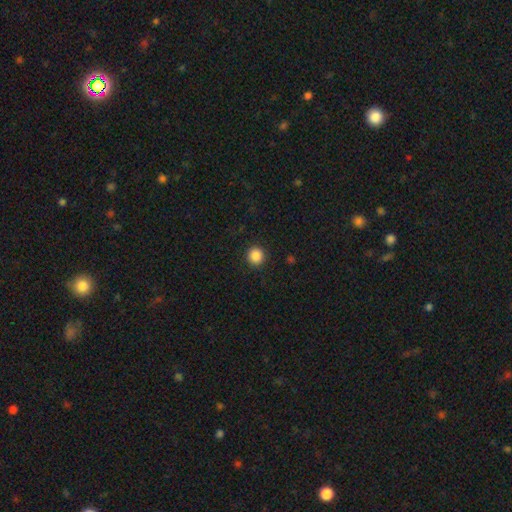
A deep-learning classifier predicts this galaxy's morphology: type=smooth (87%); roundness=round (94%); merging=none (92%).